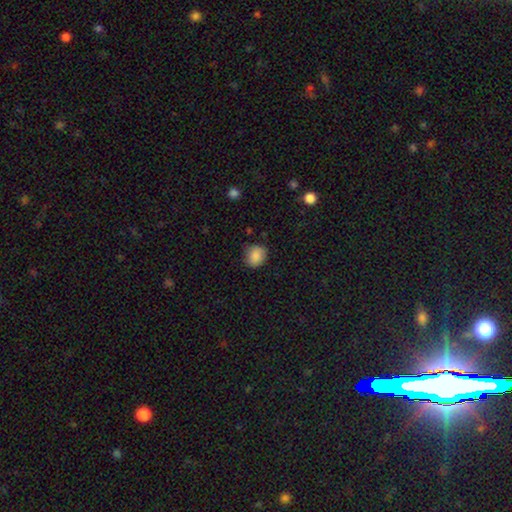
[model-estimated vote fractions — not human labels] Morphology: type=smooth (86%); roundness=round (71%); merging=none (77%).